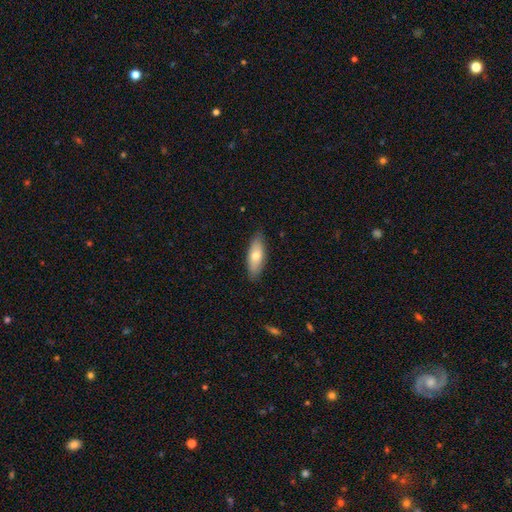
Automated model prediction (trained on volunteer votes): This appears to be a smooth galaxy with no disk features (70%) that is in between round and cigar-shaped (72%). Merging: none (84%).